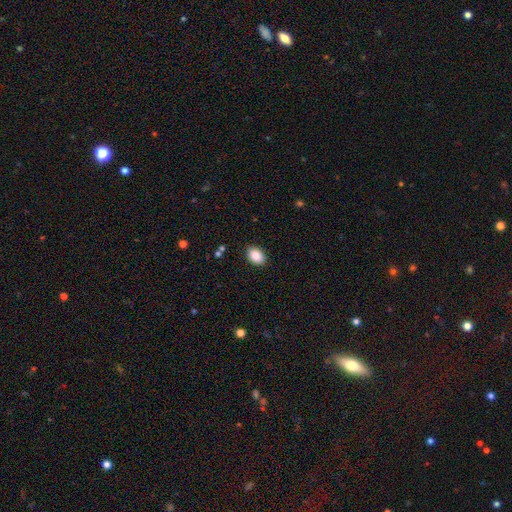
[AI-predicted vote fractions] Smooth or featured?
  - smooth: 89% *
  - star or artifact: 8%
  - featured or disk: 3%
How rounded?
  - in between: 81% *
  - round: 18%
  - cigar-shaped: 1%
Merging?
  - none: 88% *
  - minor disturbance: 9%
  - major disturbance: 2%
  - merger: 1%